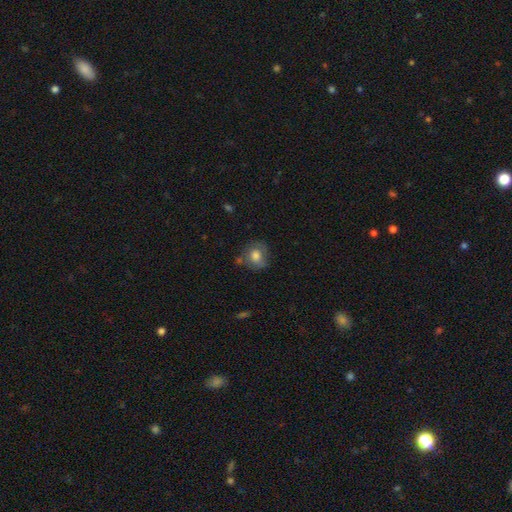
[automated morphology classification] smooth_or_featured: smooth (p=0.70) [alt: featured or disk p=0.21]
how_rounded: round (p=0.73) [alt: in between p=0.26]
merging: none (p=0.61) [alt: minor disturbance p=0.24]